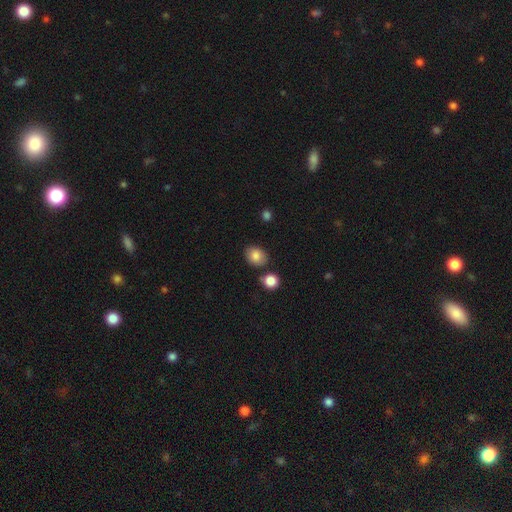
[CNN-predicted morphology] This is clearly a smooth galaxy (83%). How rounded: possibly in between (58%). Merging: likely none (77%).